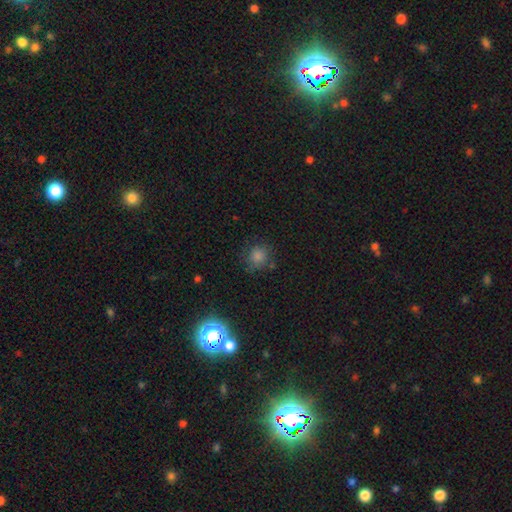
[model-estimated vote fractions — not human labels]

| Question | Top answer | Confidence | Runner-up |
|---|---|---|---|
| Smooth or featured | smooth | 61% | star or artifact (30%) |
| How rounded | round | 89% | in between (10%) |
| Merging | none | 81% | minor disturbance (12%) |